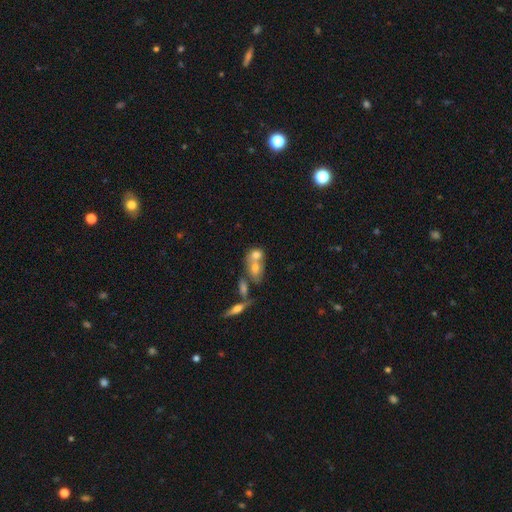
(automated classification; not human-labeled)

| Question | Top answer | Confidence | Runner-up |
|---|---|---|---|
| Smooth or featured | smooth | 62% | featured or disk (28%) |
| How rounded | in between | 59% | round (37%) |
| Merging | merger | 65% | none (24%) |